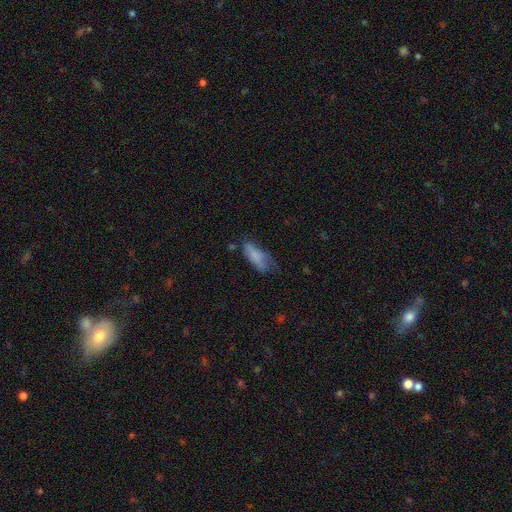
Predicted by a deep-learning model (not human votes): A smooth galaxy with no disk features (70%) that is in between round and cigar-shaped (74%).

Vote fractions:
- Smooth or featured? smooth: 70% / featured or disk: 20% / star or artifact: 10%
- How rounded? in between: 74% / cigar-shaped: 23% / round: 3%
- Merging? none: 34% (tied) / minor disturbance: 34% (tied) / major disturbance: 28% / merger: 5%